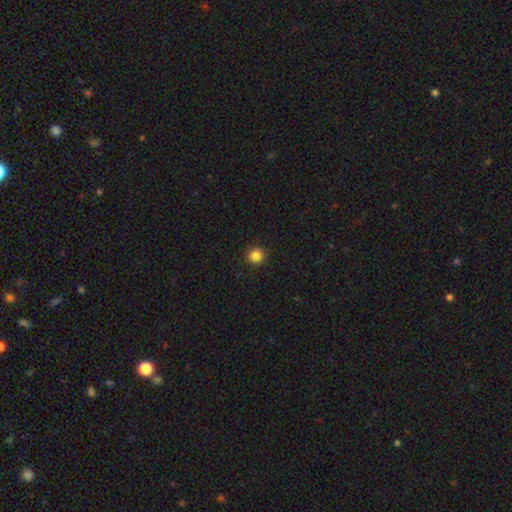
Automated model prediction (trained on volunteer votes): Overall: smooth (85%). How rounded: round (95%). Merging: none (93%).